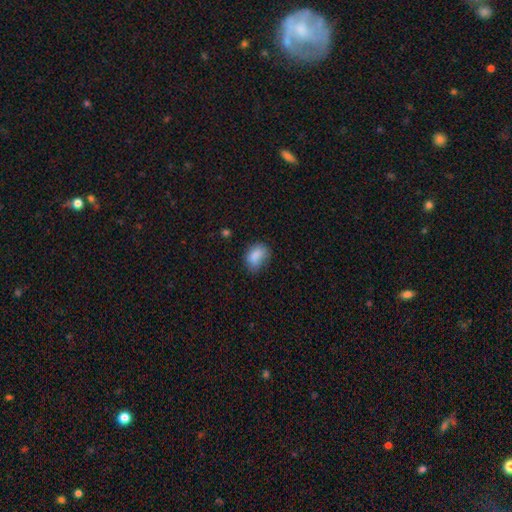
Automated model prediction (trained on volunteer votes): smooth_or_featured: smooth (p=0.85) [alt: star or artifact p=0.09]
how_rounded: in between (p=0.73) [alt: round p=0.26]
merging: none (p=0.58) [alt: minor disturbance p=0.31]